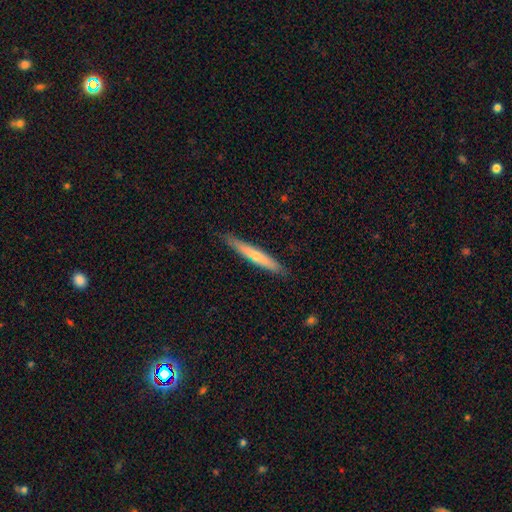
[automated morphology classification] This is possibly a smooth galaxy (55%). How rounded: clearly cigar-shaped (95%). Merging: clearly none (87%).